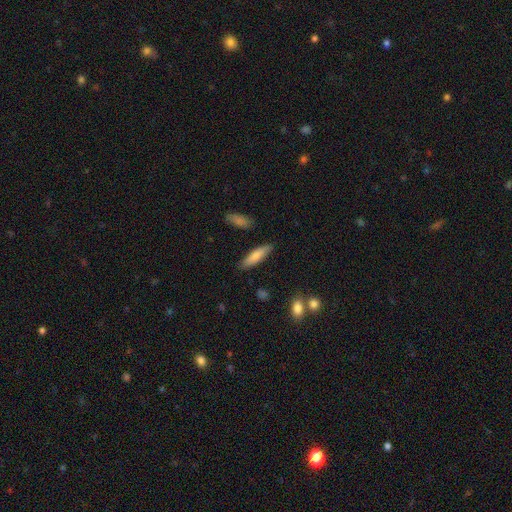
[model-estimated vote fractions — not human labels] A smooth galaxy with no disk features (79%) that is cigar-shaped (67%). Merging: none (86%).